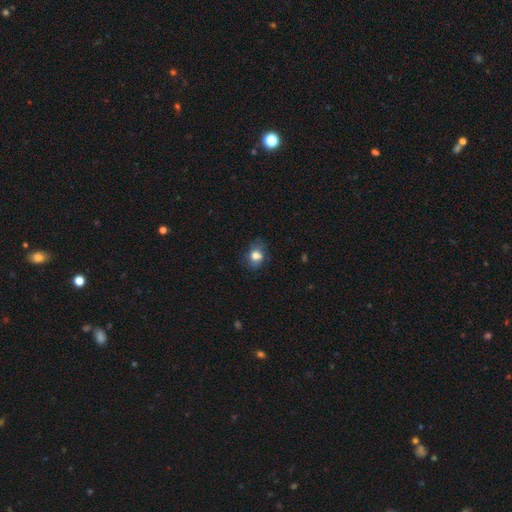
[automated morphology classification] This appears to be a smooth galaxy with no disk features (76%) that is in between round and cigar-shaped (52%). Merging: none (69%).